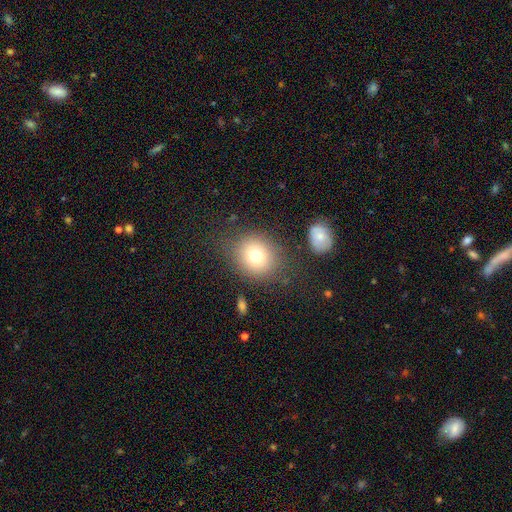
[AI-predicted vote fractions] smooth_or_featured: smooth (p=0.75) [alt: star or artifact p=0.13]
how_rounded: round (p=0.76) [alt: in between p=0.23]
merging: none (p=0.78) [alt: minor disturbance p=0.12]